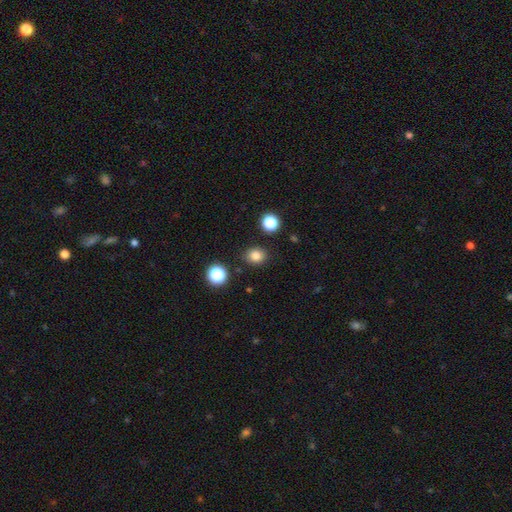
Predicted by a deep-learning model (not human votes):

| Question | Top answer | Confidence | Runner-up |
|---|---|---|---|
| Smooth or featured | smooth | 81% | star or artifact (14%) |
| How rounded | round | 69% | in between (30%) |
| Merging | none | 86% | minor disturbance (8%) |